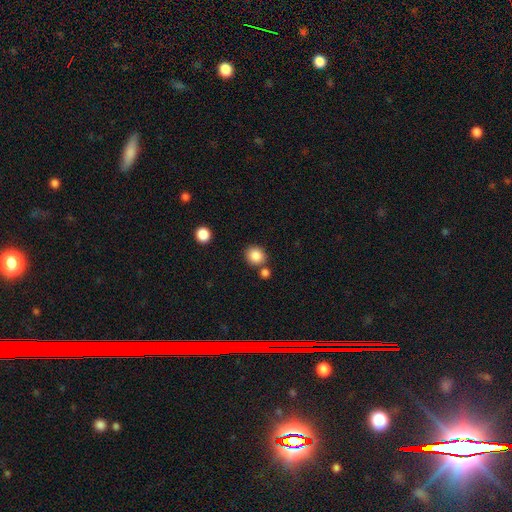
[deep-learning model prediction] A smooth galaxy with no disk features (86%) that is round (84%). Merging: none (73%).